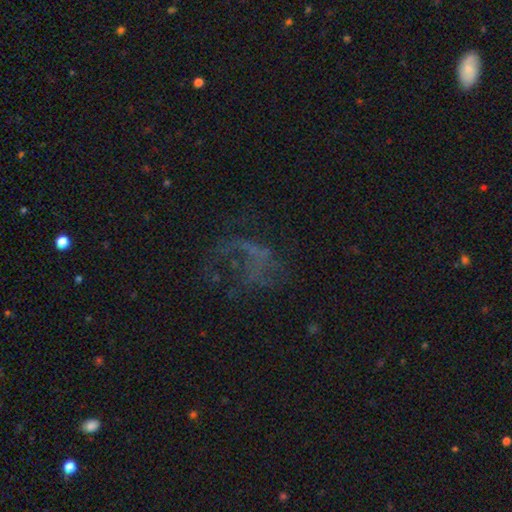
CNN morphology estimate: type=featured or disk (48%); merging=none (43%).